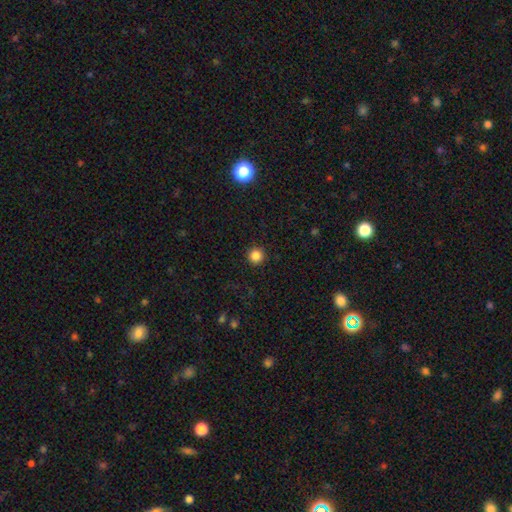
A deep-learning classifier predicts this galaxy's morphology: smooth 84%, star or artifact 12%, featured or disk 4%. Down the decision tree: how rounded — round (96%); merging — none (92%).